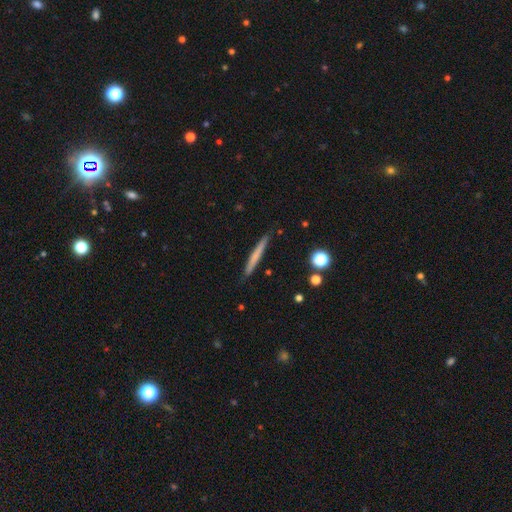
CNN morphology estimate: Overall: smooth (63%; featured or disk 31%). How rounded: cigar-shaped (96%). Merging: none (89%).